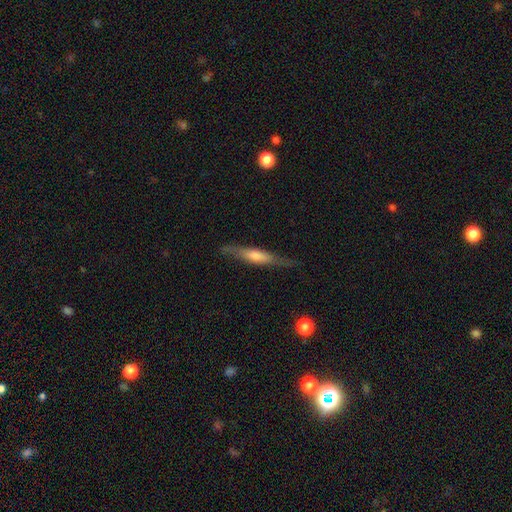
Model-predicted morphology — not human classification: Smooth or featured: featured or disk — 54% (smooth — 40%)
Edge-on disk: yes — 88% (no — 12%)
Merging: none — 77% (minor disturbance — 17%)